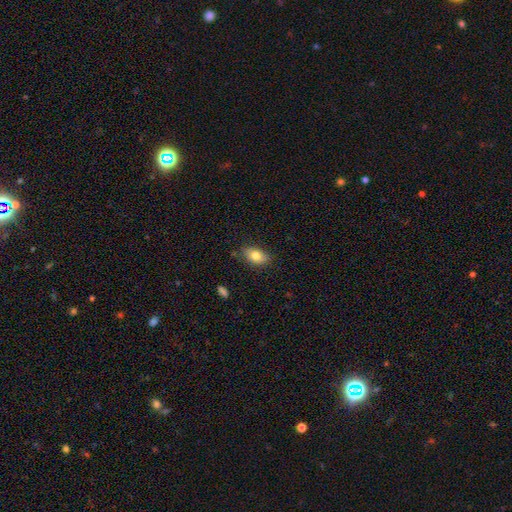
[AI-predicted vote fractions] smooth 80%, featured or disk 13%, star or artifact 8%. Down the decision tree: how rounded — in between (90%); merging — none (81%).